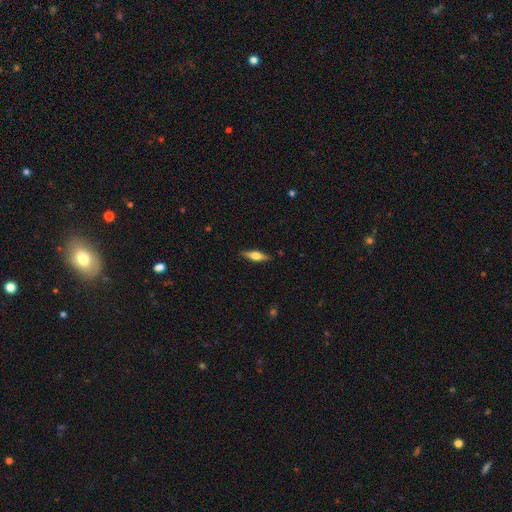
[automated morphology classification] type=featured or disk (56%); edge-on=yes (95%); edge-on bulge=rounded (91%); merging=none (88%).